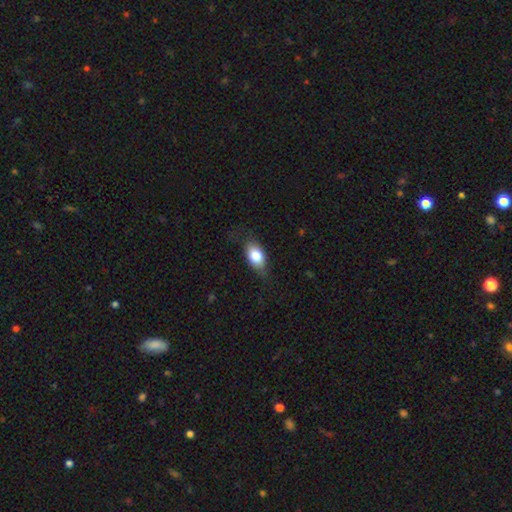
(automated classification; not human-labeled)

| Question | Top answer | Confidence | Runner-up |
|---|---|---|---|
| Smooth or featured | smooth | 77% | featured or disk (16%) |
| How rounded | in between | 86% | round (9%) |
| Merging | none | 72% | minor disturbance (20%) |